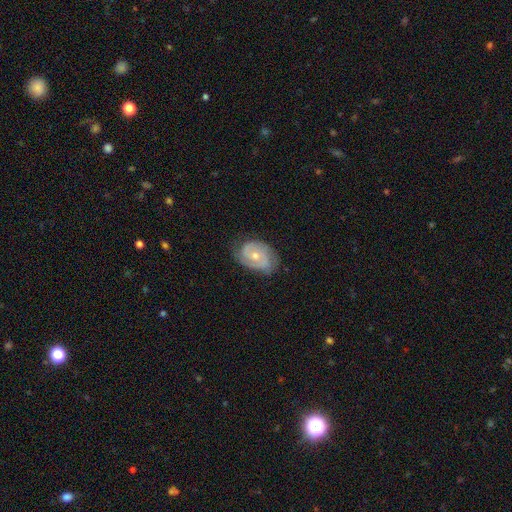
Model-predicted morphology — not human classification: This is likely a featured or disk galaxy (77%). It is clearly not viewed edge-on (97%). Bar: likely no (69%). Spiral arm pattern: clearly yes (91%). Spiral arm count: possibly 2 (58%). Spiral winding: possibly tight (54%). Central bulge: possibly moderate (55%). Merging: likely none (68%).